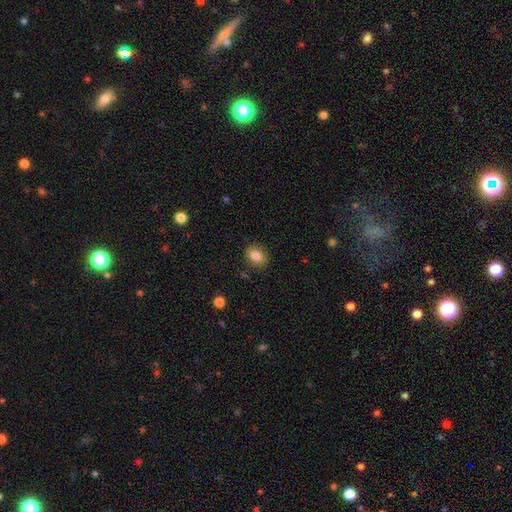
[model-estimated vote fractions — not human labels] Smooth or featured? smooth (82%)
How rounded? in between (56%)
Merging? none (86%)